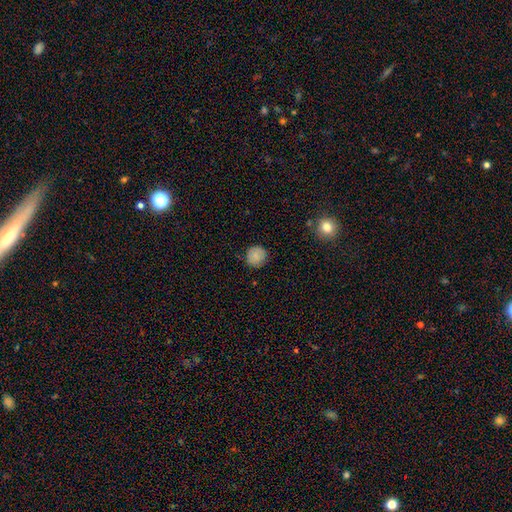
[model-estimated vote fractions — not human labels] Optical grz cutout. It shows a smooth galaxy with no disk features (83%) that is round (92%). Merging: none (86%).